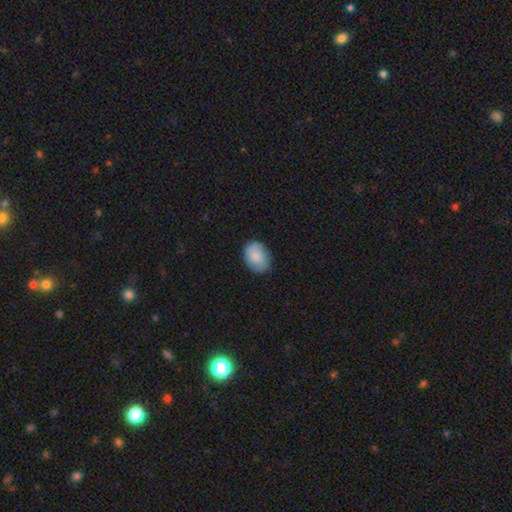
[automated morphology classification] Smooth or featured: smooth — 77% (featured or disk — 17%)
How rounded: in between — 70% (round — 29%)
Merging: none — 79% (minor disturbance — 17%)